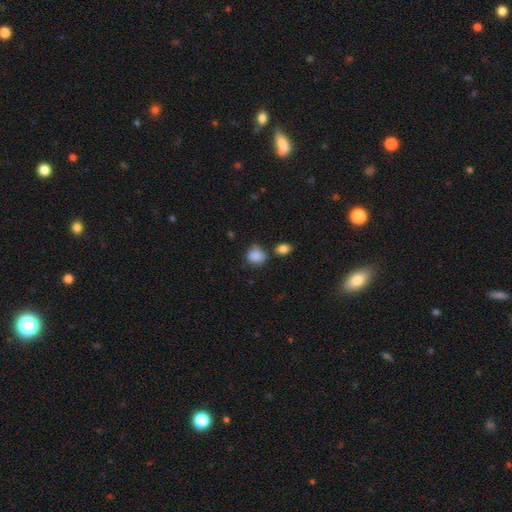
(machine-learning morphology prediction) The model was most divided on "how rounded": round: 70%, in between: 28%, cigar-shaped: 1%. More confident: smooth or featured — smooth (87%); merging — none (64%).